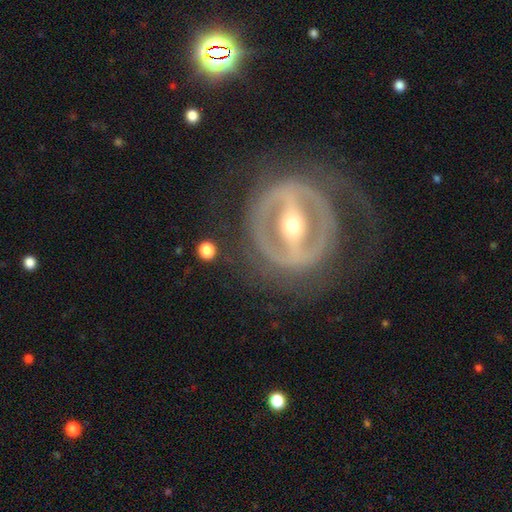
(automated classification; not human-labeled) The model was most divided on "spiral arms": no: 61%, yes: 39%. More confident: edge-on disk — no (89%); smooth or featured — featured or disk (85%); bar — strong (79%); merging — none (71%); bulge size — moderate (63%).